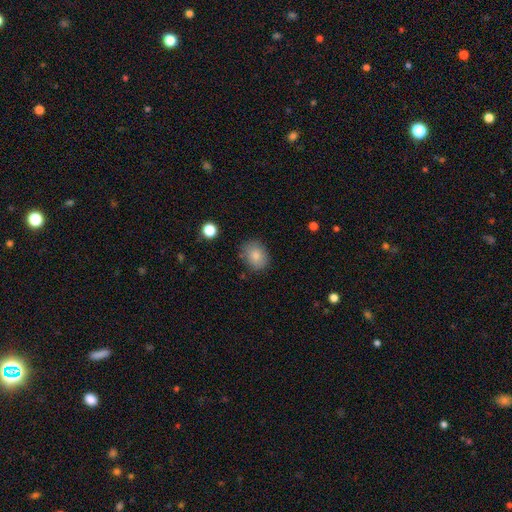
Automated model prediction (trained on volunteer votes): A smooth galaxy with no disk features (83%) that is in between round and cigar-shaped (52%). Merging: none (79%).